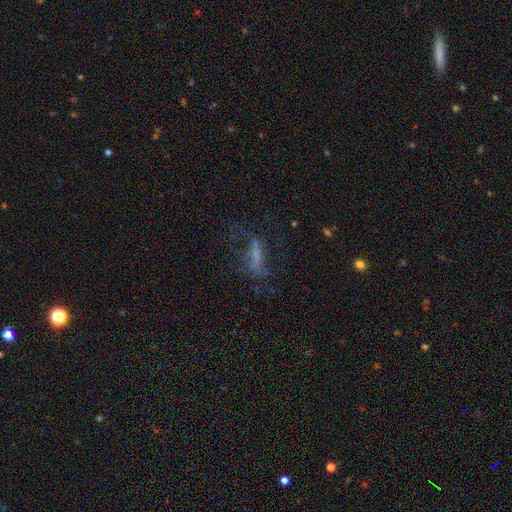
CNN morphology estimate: smooth_or_featured: featured or disk (p=0.46) [alt: smooth p=0.34]
merging: none (p=0.44) [alt: major disturbance p=0.34]